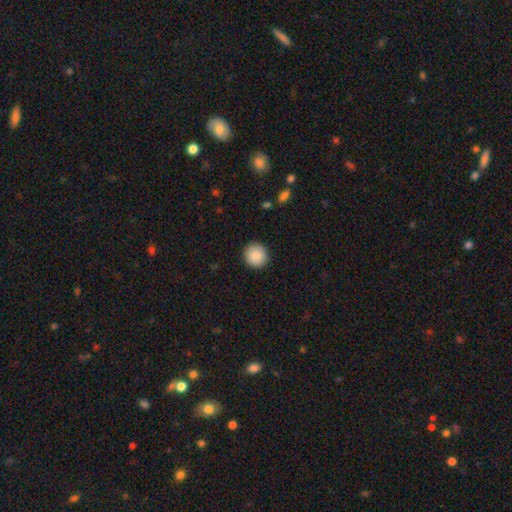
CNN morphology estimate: Smooth or featured? smooth (87%)
How rounded? round (94%)
Merging? none (91%)